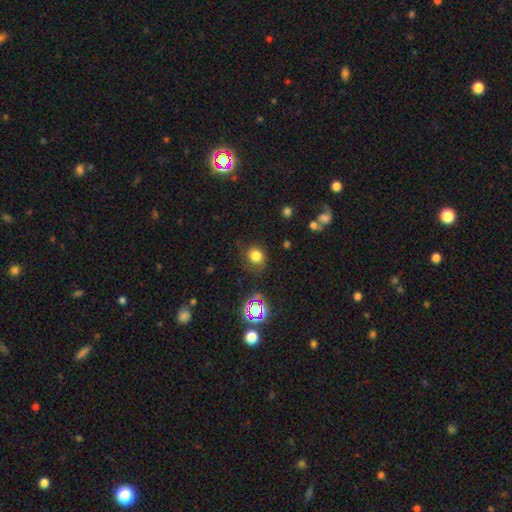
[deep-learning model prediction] smooth_or_featured: smooth (p=0.75) [alt: star or artifact p=0.17]
how_rounded: round (p=0.81) [alt: in between p=0.18]
merging: none (p=0.71) [alt: minor disturbance p=0.18]